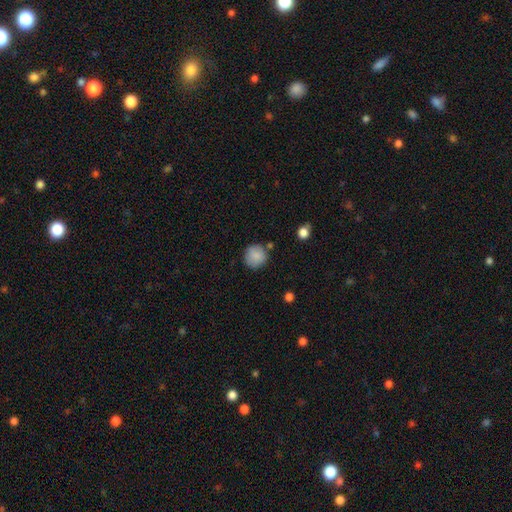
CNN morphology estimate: Smooth or featured? smooth (87%)
How rounded? round (93%)
Merging? none (80%)